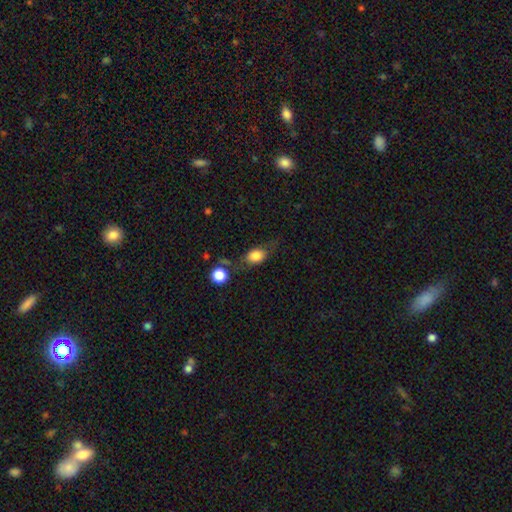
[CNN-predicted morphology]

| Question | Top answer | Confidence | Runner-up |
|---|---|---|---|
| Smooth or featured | smooth | 74% | featured or disk (17%) |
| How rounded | in between | 72% | round (23%) |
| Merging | none | 56% | minor disturbance (23%) |